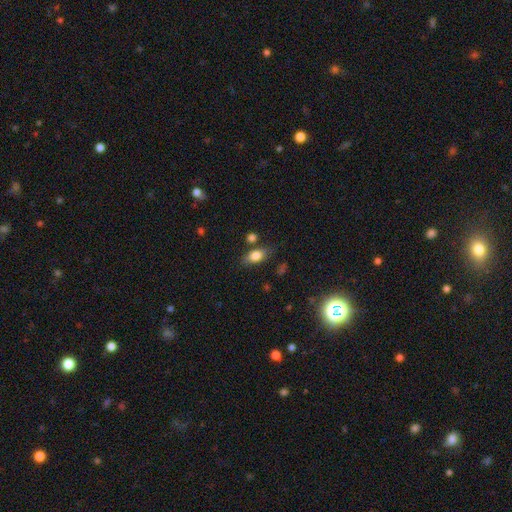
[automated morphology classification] Smooth or featured: smooth — 80% (featured or disk — 12%)
How rounded: in between — 84% (round — 9%)
Merging: none — 74% (minor disturbance — 16%)